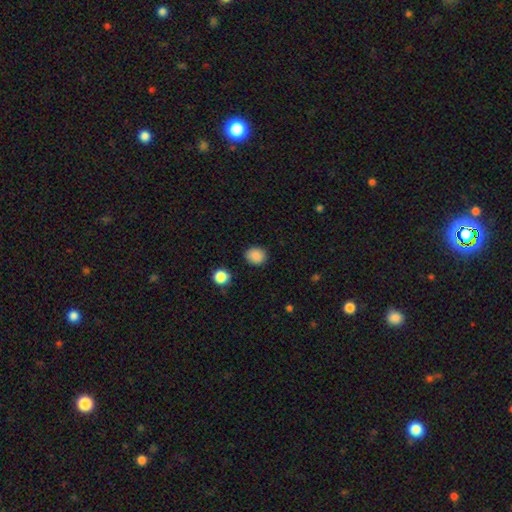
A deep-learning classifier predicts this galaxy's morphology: This is clearly a smooth galaxy (87%). How rounded: likely round (75%). Merging: clearly none (89%).